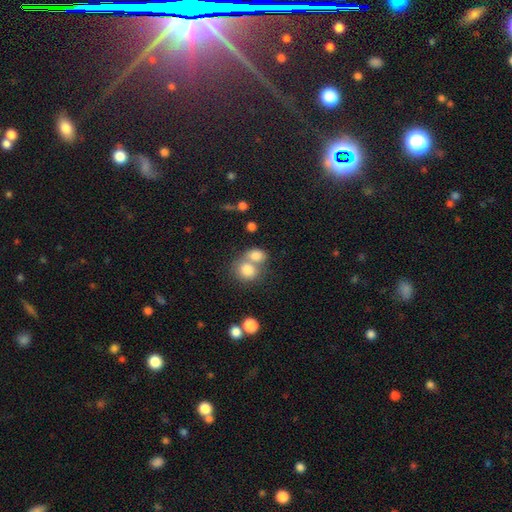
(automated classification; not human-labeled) Smooth or featured? Predicted: smooth (p=0.80). How rounded? Predicted: round (p=0.52). Merging? Predicted: merger (p=0.59).